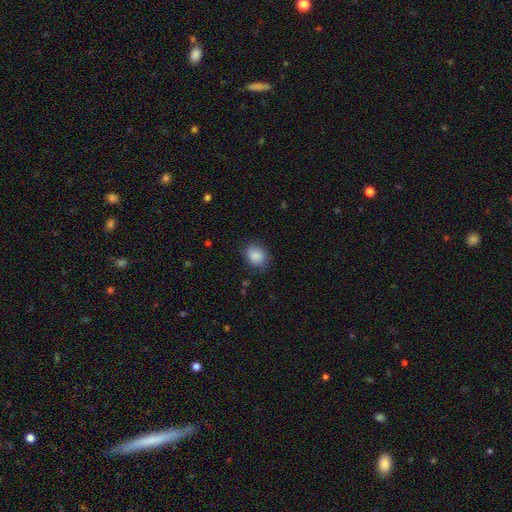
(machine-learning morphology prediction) Smooth or featured? Predicted: smooth (p=0.87). How rounded? Predicted: round (p=0.54). Merging? Predicted: none (p=0.78).